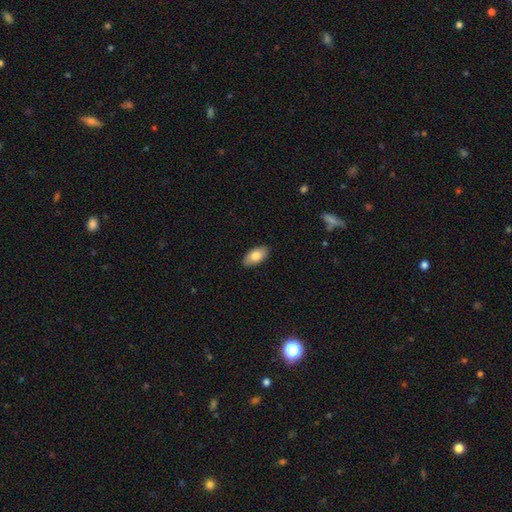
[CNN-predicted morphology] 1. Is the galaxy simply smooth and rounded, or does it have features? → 80% smooth, 14% featured or disk, 6% star or artifact.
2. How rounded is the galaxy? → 94% in between, 3% cigar-shaped, 3% round.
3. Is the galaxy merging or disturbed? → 89% none, 8% minor disturbance, 2% major disturbance, 1% merger.